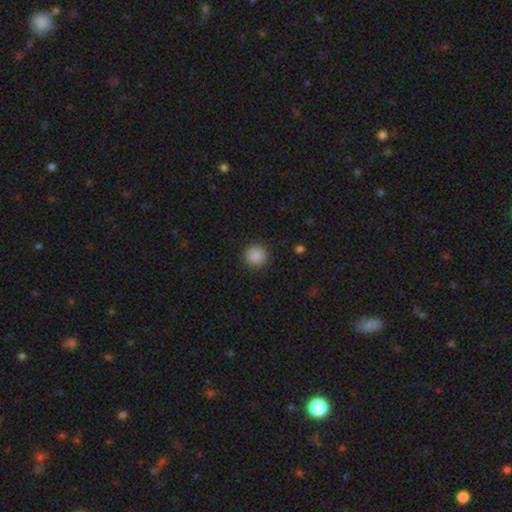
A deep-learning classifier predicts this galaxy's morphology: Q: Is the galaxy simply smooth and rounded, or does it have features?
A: smooth — 88%.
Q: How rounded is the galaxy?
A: round — 93%.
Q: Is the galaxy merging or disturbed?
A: none — 91%.